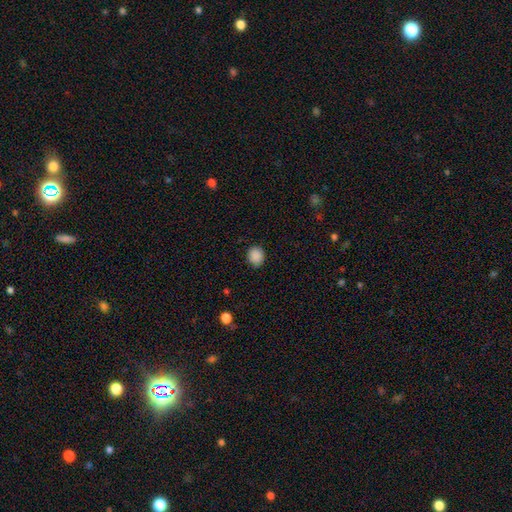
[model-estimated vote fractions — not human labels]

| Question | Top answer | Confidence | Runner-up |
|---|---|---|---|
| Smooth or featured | smooth | 88% | star or artifact (9%) |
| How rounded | round | 72% | in between (27%) |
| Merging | none | 86% | minor disturbance (10%) |